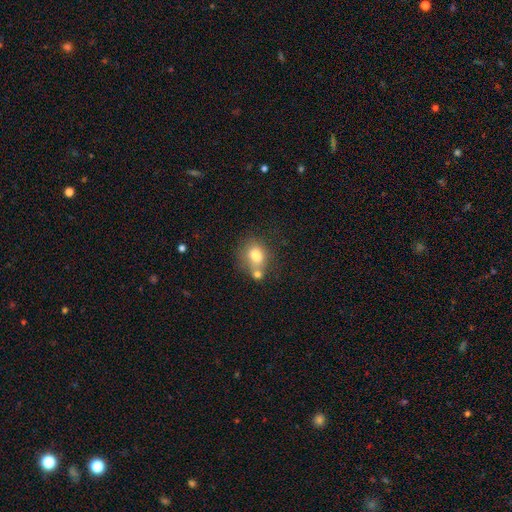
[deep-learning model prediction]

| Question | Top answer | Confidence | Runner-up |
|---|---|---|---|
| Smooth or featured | smooth | 77% | featured or disk (13%) |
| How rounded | round | 62% | in between (37%) |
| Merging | none | 49% | merger (30%) |